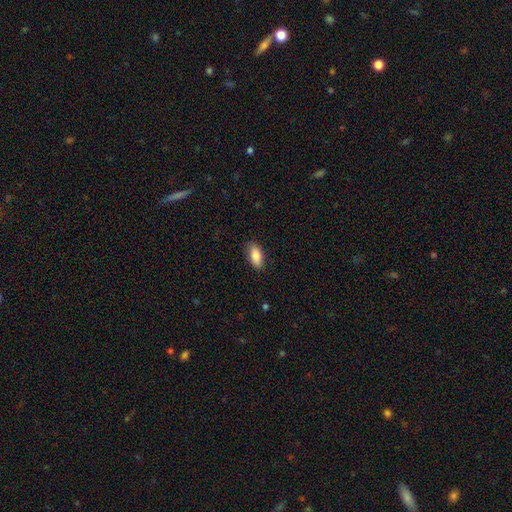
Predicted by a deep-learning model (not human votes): Smooth or featured? smooth (86%)
How rounded? in between (89%)
Merging? none (85%)